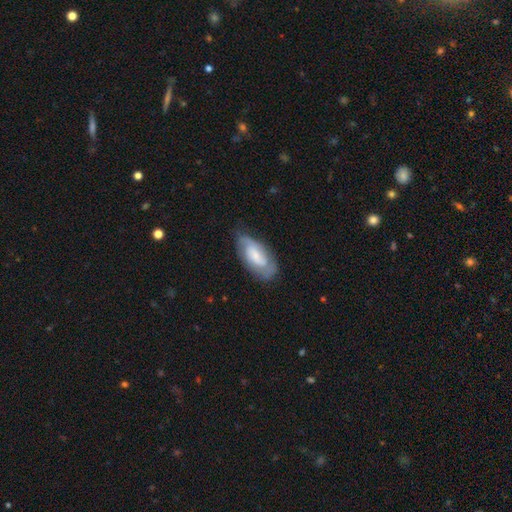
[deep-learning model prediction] Smooth or featured? Predicted: featured or disk (p=0.55). Edge-on disk? Predicted: no (p=0.92). Bar? Predicted: no (p=0.46). Spiral arms? Predicted: yes (p=0.84). Bulge size? Predicted: small (p=0.44). Merging? Predicted: none (p=0.65).